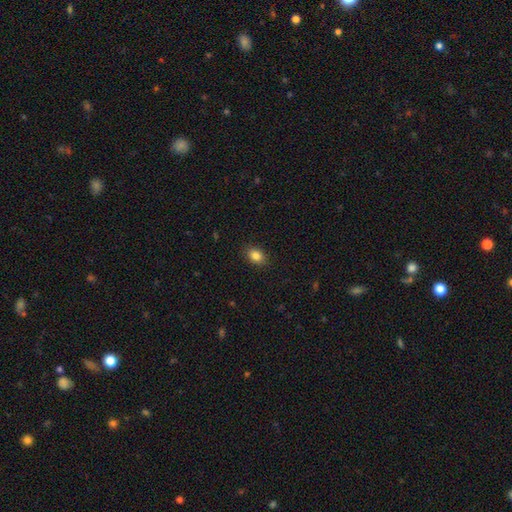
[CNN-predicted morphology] type=smooth (85%); roundness=in between (73%); merging=none (88%).